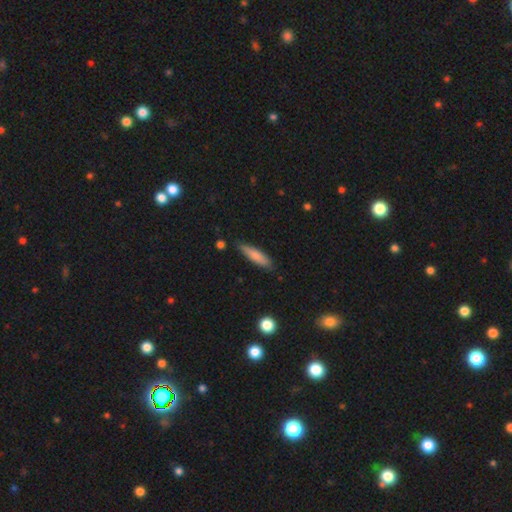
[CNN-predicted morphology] smooth_or_featured: smooth (p=0.79) [alt: featured or disk p=0.15]
how_rounded: cigar-shaped (p=0.75) [alt: in between p=0.24]
merging: none (p=0.82) [alt: minor disturbance p=0.13]